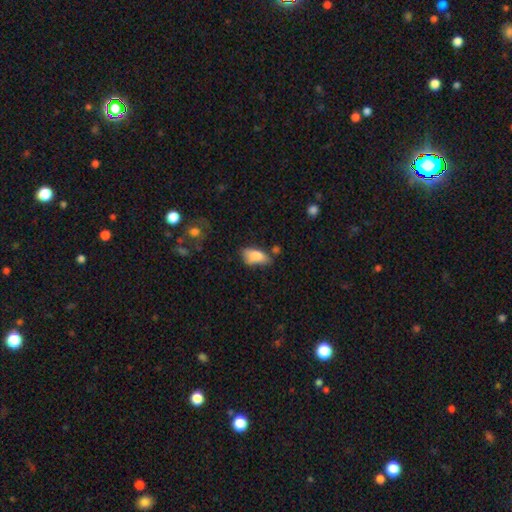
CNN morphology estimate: smooth_or_featured: smooth (p=0.78) [alt: featured or disk p=0.15]
how_rounded: in between (p=0.88) [alt: cigar-shaped p=0.09]
merging: none (p=0.49) [alt: minor disturbance p=0.32]